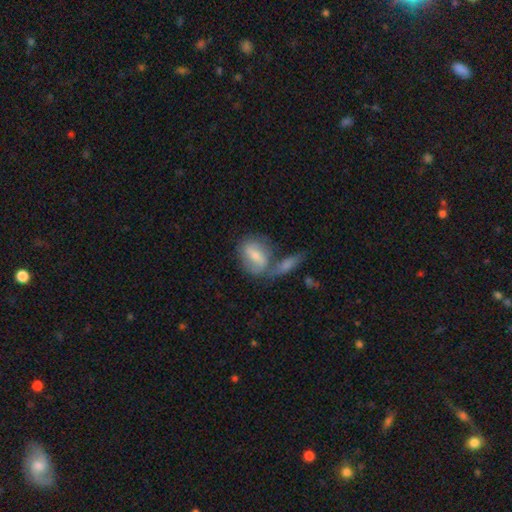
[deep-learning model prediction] Smooth or featured?
  - smooth: 55% *
  - featured or disk: 39%
  - star or artifact: 7%
How rounded?
  - in between: 70% *
  - round: 24%
  - cigar-shaped: 6%
Merging?
  - merger: 45% *
  - none: 33%
  - minor disturbance: 14%
  - major disturbance: 8%